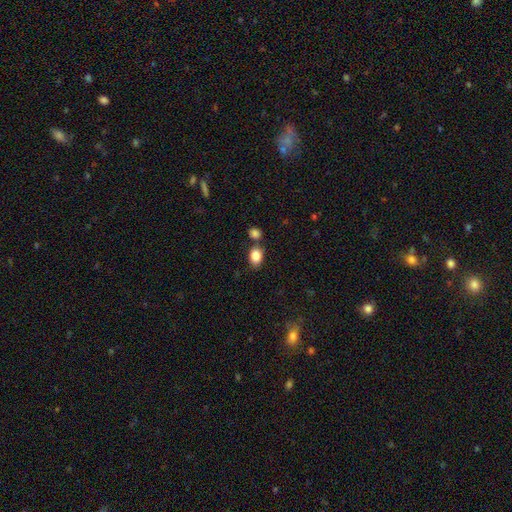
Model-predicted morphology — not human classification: A smooth galaxy with no disk features (87%) that is in between round and cigar-shaped (76%).

Vote fractions:
- Smooth or featured? smooth: 87% / star or artifact: 9% / featured or disk: 5%
- How rounded? in between: 76% / round: 23% / cigar-shaped: 1%
- Merging? none: 68% / merger: 17% / minor disturbance: 11% / major disturbance: 3%